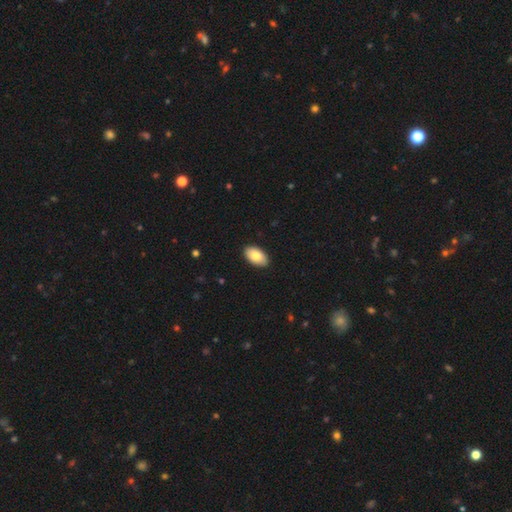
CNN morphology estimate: Smooth or featured? Predicted: smooth (p=0.83). How rounded? Predicted: in between (p=0.95). Merging? Predicted: none (p=0.90).